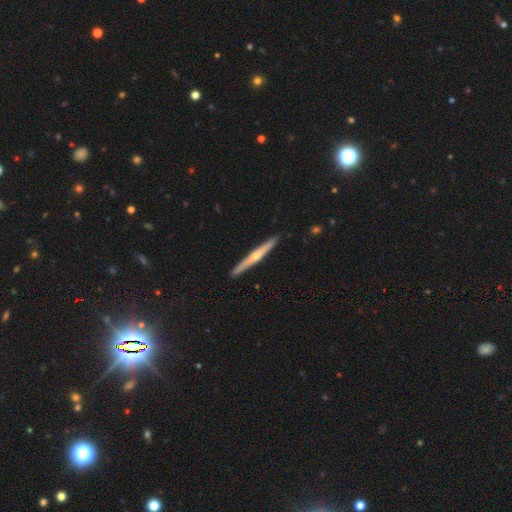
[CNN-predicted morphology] smooth-or-featured: featured or disk: 65% | smooth: 29% | star or artifact: 5%
  disk-edge-on: yes: 97% | no: 3%
    edge-on-bulge: rounded: 81% | none: 17% | boxy: 3%
  merging: none: 92% | minor disturbance: 6% | major disturbance: 1% | merger: 1%